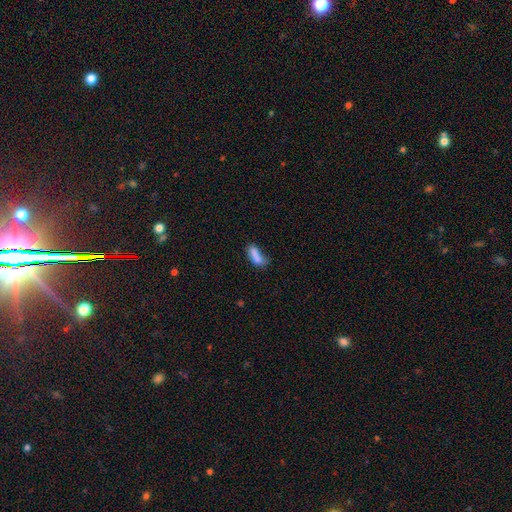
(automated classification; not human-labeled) Q: Smooth or featured?
A: smooth (79%); runner-up: featured or disk (12%)
Q: How rounded?
A: in between (69%); runner-up: cigar-shaped (27%)
Q: Merging?
A: none (38%); runner-up: minor disturbance (27%)